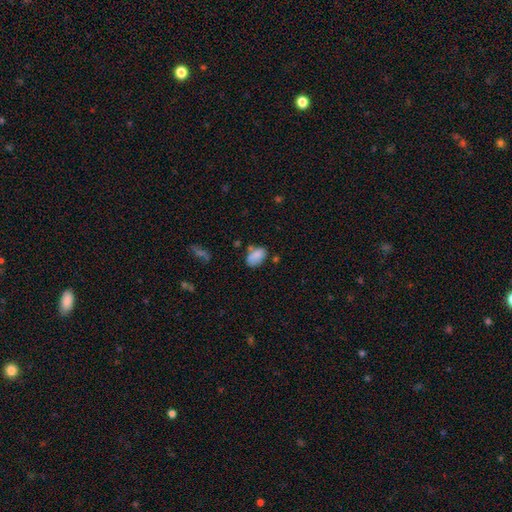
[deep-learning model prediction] smooth 83%, featured or disk 9%, star or artifact 8%. Down the decision tree: how rounded — in between (90%); merging — none (56%).